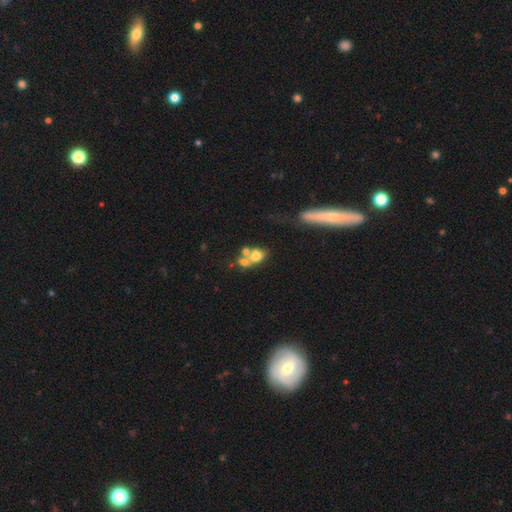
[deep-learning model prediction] This appears to be a smooth galaxy with no disk features (59%) that is in between round and cigar-shaped (55%). Merging: merger (55%).